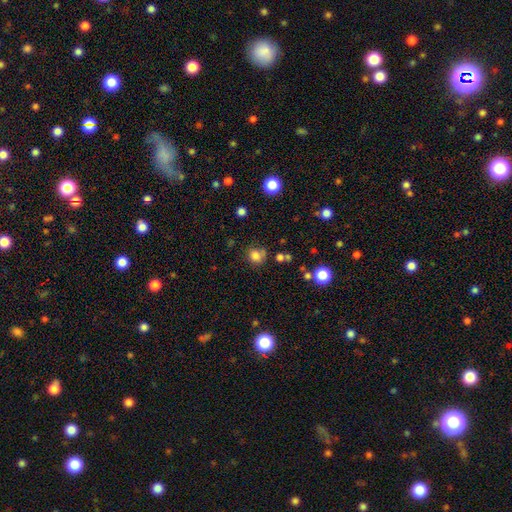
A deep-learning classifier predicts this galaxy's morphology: A smooth galaxy with no disk features (79%) that is round (83%). Merging: none (68%).